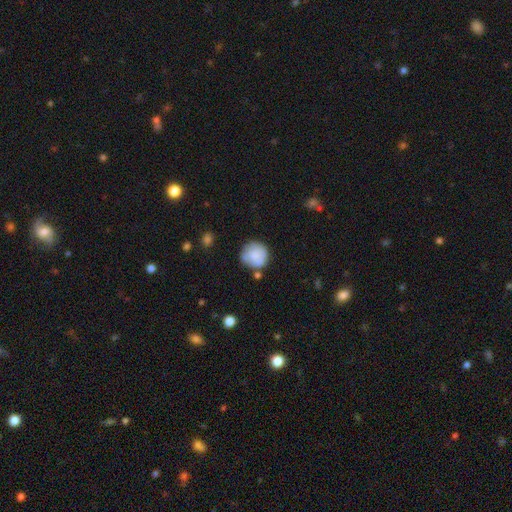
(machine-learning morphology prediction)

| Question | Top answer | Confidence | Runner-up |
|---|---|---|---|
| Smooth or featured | smooth | 77% | featured or disk (16%) |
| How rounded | round | 92% | in between (7%) |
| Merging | none | 67% | minor disturbance (20%) |